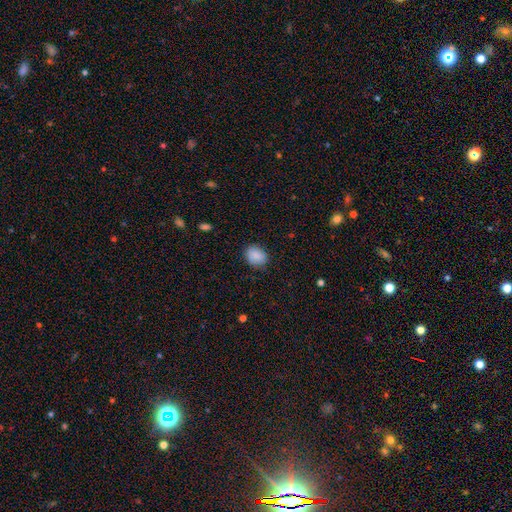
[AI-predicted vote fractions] smooth 88%, star or artifact 7%, featured or disk 5%. Down the decision tree: how rounded — in between (51%); merging — none (82%).